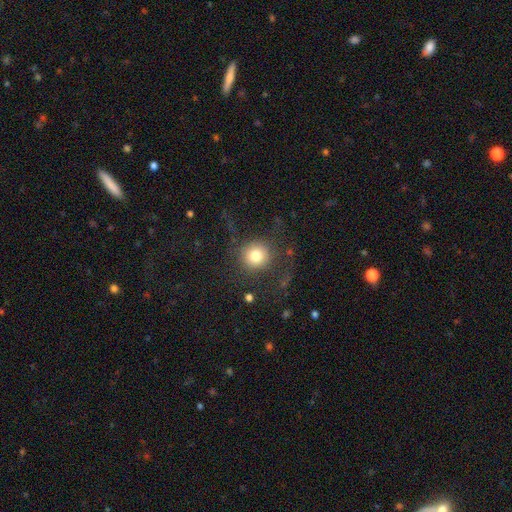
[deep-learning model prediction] smooth 75%, star or artifact 13%, featured or disk 12%. Down the decision tree: how rounded — round (93%); merging — none (75%).